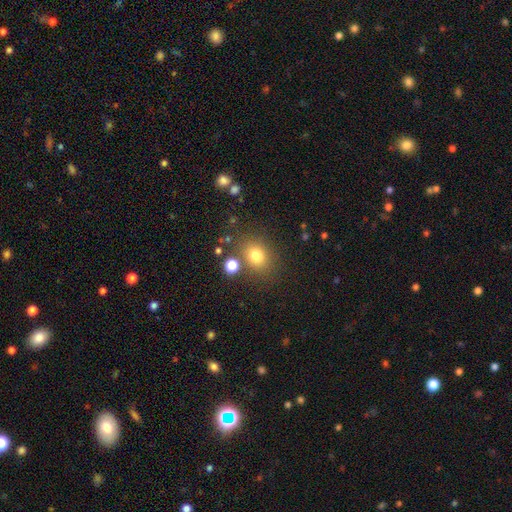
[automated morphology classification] This is likely a smooth galaxy (77%). How rounded: likely round (61%). Merging: likely none (77%).